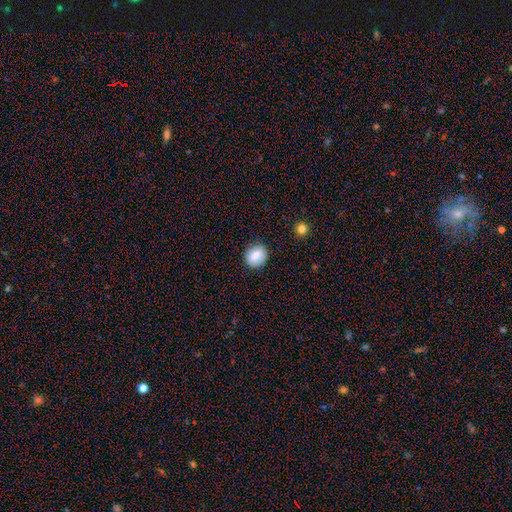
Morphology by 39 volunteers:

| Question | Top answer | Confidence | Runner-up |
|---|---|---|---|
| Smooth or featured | smooth | 77% | featured or disk (13%) |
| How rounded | round | 60% | in between (37%) |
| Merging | none | 77% | minor disturbance (17%) |